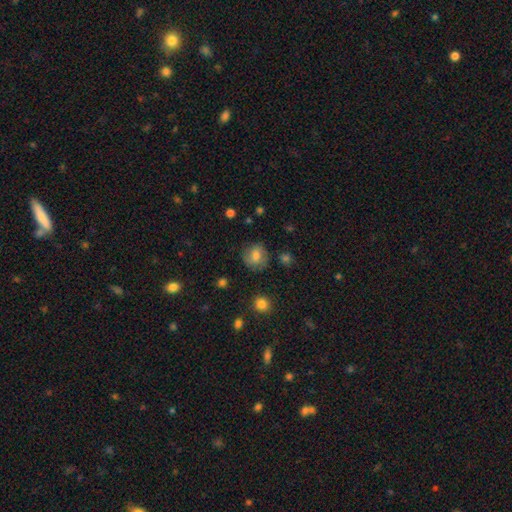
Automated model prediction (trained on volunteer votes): Morphology: type=smooth (64%); roundness=round (73%); merging=none (75%).